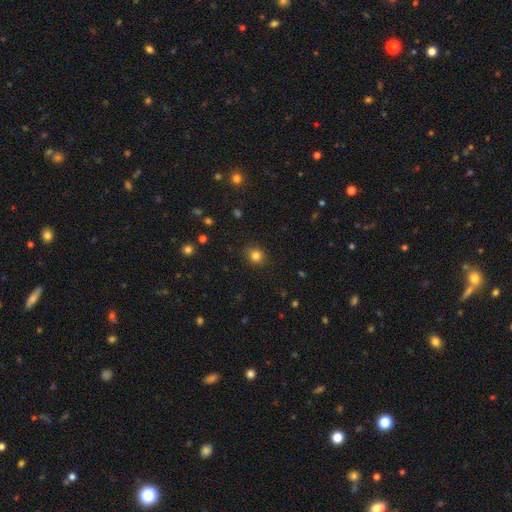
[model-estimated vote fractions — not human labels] A smooth galaxy with no disk features (82%) that is round (84%).

Vote fractions:
- Smooth or featured? smooth: 82% / star or artifact: 12% / featured or disk: 5%
- How rounded? round: 84% / in between: 16% / cigar-shaped: 1%
- Merging? none: 88% / minor disturbance: 8% / major disturbance: 2% / merger: 1%